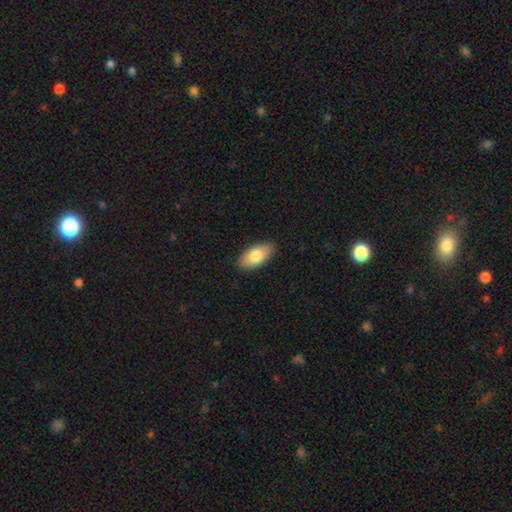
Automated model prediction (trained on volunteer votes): Smooth or featured?
  - smooth: 81% *
  - featured or disk: 13%
  - star or artifact: 6%
How rounded?
  - in between: 94% *
  - cigar-shaped: 3%
  - round: 3%
Merging?
  - none: 88% *
  - minor disturbance: 9%
  - major disturbance: 2%
  - merger: 1%